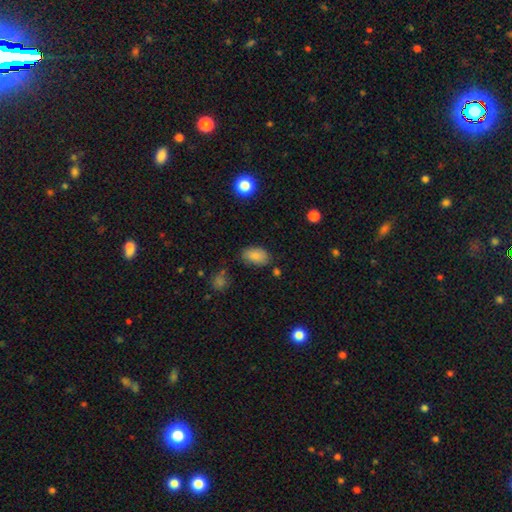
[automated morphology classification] Smooth or featured?
  - smooth: 84% *
  - star or artifact: 8%
  - featured or disk: 7%
How rounded?
  - in between: 91% *
  - round: 8%
  - cigar-shaped: 2%
Merging?
  - none: 76% *
  - minor disturbance: 17%
  - major disturbance: 4%
  - merger: 3%